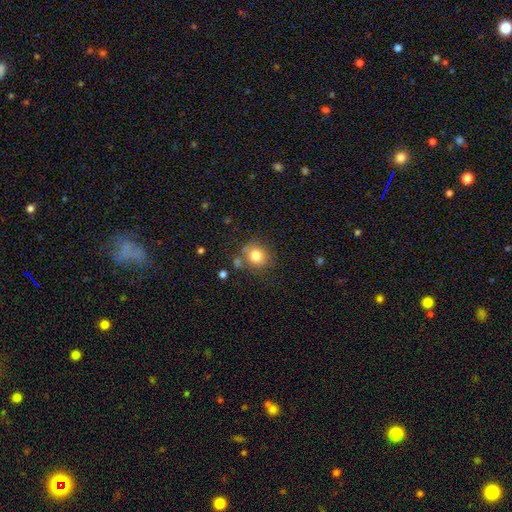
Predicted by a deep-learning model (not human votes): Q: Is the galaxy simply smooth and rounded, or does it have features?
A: smooth — 79%.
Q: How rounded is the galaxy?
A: round — 80%.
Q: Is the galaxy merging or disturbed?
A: none — 69%.